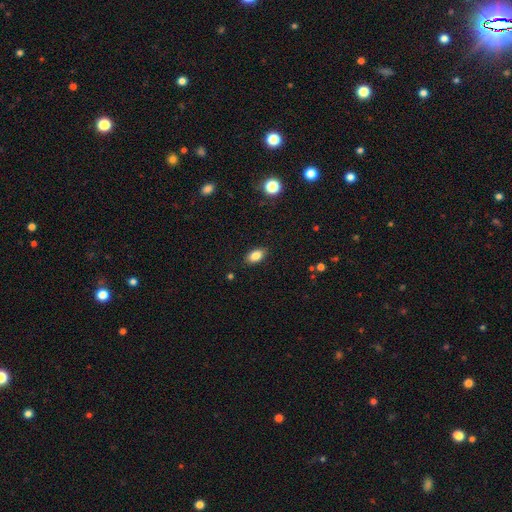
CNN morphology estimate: Smooth or featured? smooth (84%)
How rounded? in between (89%)
Merging? none (87%)